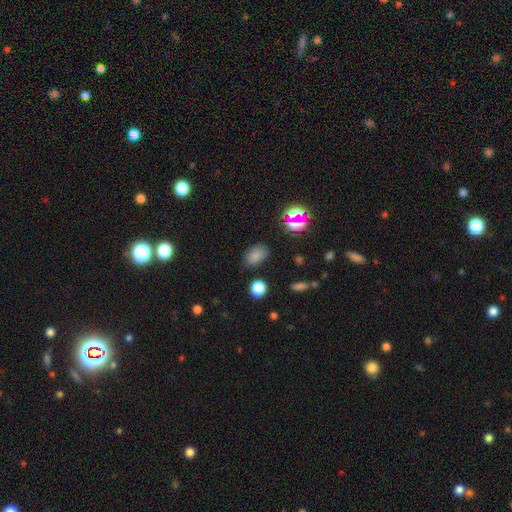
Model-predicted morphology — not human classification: The model was most divided on "smooth or featured": smooth: 75%, star or artifact: 19%, featured or disk: 6%. More confident: how rounded — in between (80%); merging — none (78%).